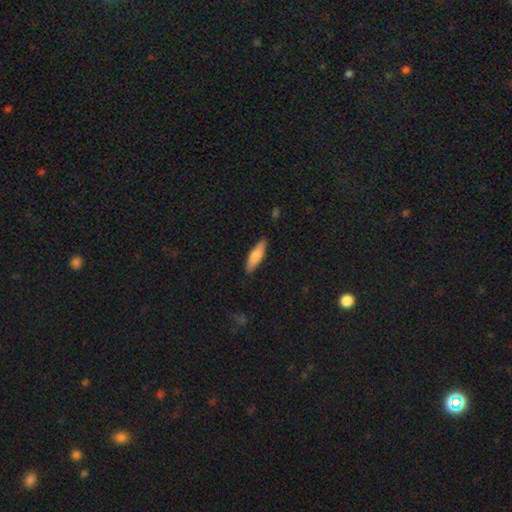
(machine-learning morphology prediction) Overall: smooth (75%). How rounded: cigar-shaped (59%; in between 39%). Merging: none (87%).